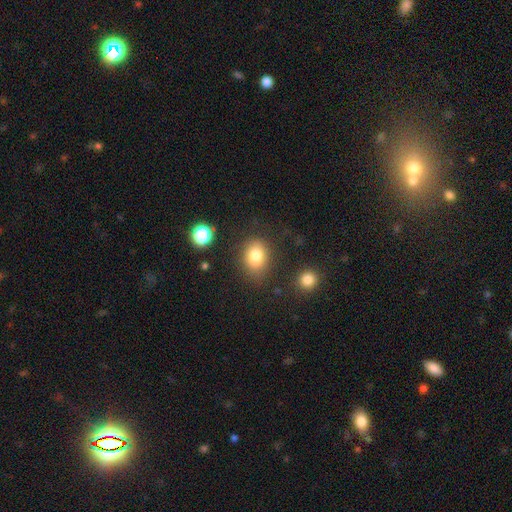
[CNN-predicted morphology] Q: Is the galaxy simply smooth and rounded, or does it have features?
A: smooth — 80%.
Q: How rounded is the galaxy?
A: in between — 55%.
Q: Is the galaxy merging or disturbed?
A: none — 79%.